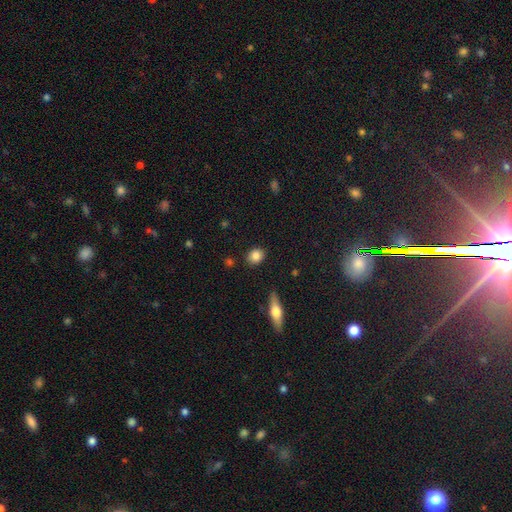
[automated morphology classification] smooth_or_featured: smooth (p=0.84) [alt: star or artifact p=0.08]
how_rounded: round (p=0.56) [alt: in between p=0.42]
merging: none (p=0.87) [alt: minor disturbance p=0.09]